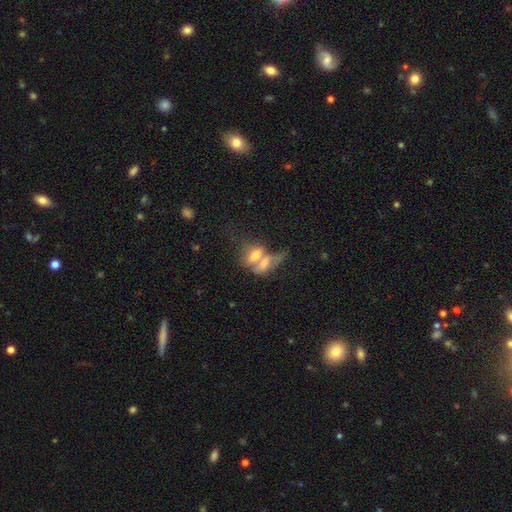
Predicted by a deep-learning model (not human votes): smooth_or_featured: smooth (p=0.62) [alt: featured or disk p=0.29]
how_rounded: in between (p=0.74) [alt: round p=0.13]
merging: merger (p=0.67) [alt: none p=0.17]